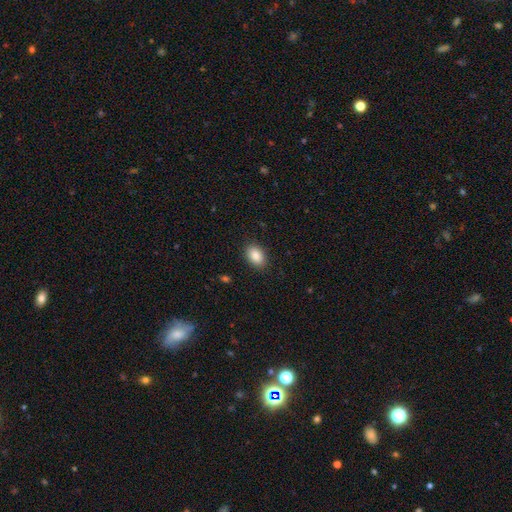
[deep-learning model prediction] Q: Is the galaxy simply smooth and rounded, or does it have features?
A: smooth — 87%.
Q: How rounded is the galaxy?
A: in between — 86%.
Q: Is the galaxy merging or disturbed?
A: none — 88%.